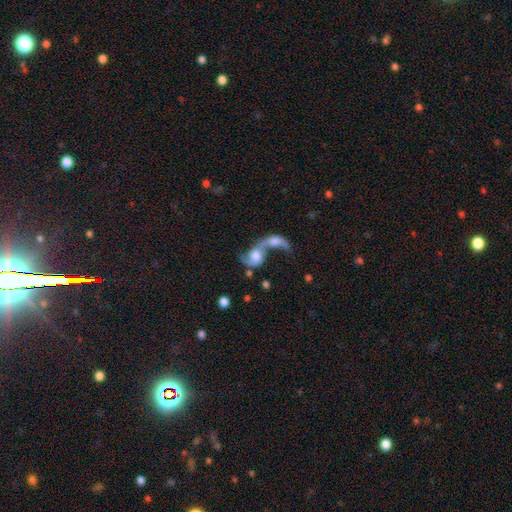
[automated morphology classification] type=featured or disk (62%); edge-on=no (96%); bar=no (64%); spiral arms=yes (81%); bulge=moderate (39%); merging=merger (78%).